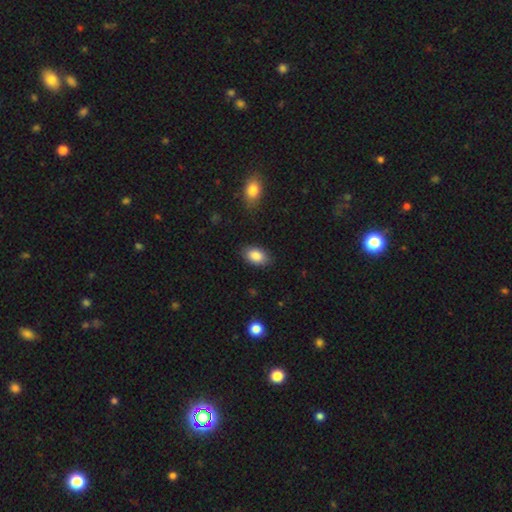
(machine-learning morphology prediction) A smooth galaxy with no disk features (87%) that is in between round and cigar-shaped (92%). Merging: none (85%).